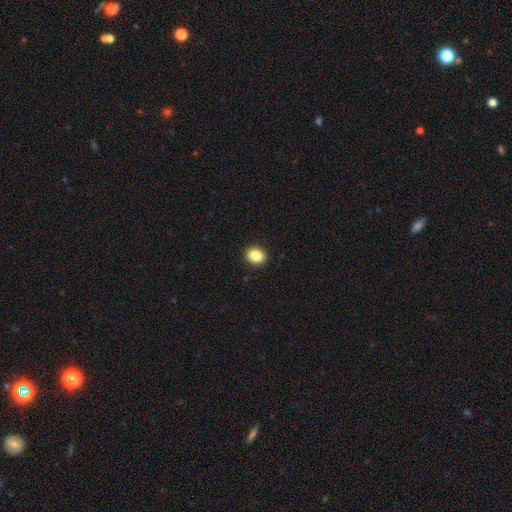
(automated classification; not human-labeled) Smooth or featured: smooth — 88% (star or artifact — 9%)
How rounded: round — 52% (in between — 47%)
Merging: none — 92% (minor disturbance — 5%)